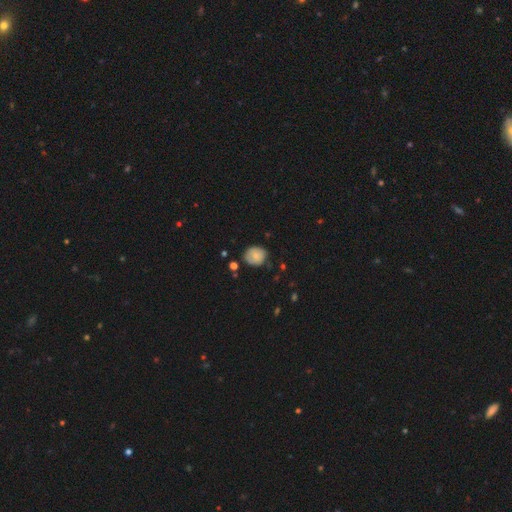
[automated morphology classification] A smooth galaxy with no disk features (74%) that is round (71%). Merging: none (71%).